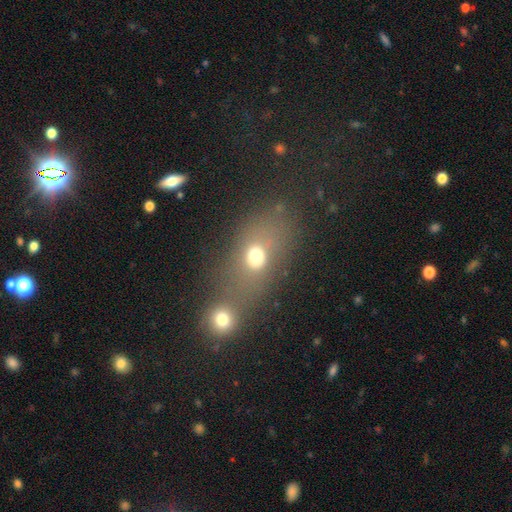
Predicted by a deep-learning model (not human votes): Q: Smooth or featured?
A: smooth (67%); runner-up: star or artifact (17%)
Q: How rounded?
A: in between (61%); runner-up: round (36%)
Q: Merging?
A: merger (44%); runner-up: none (35%)